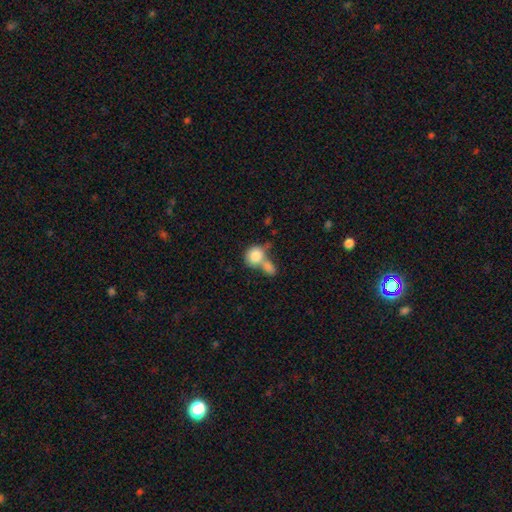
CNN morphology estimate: Smooth or featured: smooth — 82% (featured or disk — 10%)
How rounded: round — 64% (in between — 34%)
Merging: merger — 61% (none — 25%)